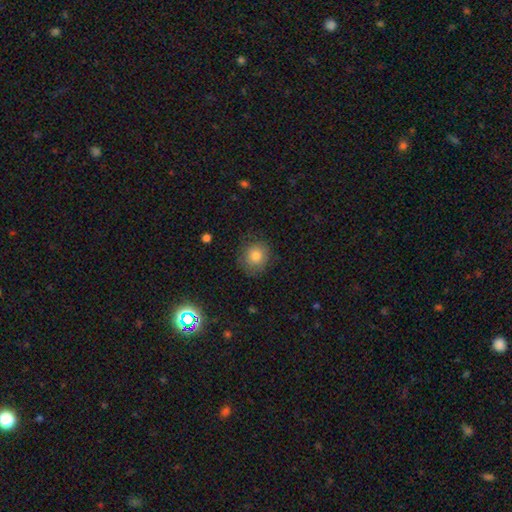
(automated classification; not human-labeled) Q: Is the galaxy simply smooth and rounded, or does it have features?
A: smooth — 80%.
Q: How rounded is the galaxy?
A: round — 82%.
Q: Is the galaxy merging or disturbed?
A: none — 80%.